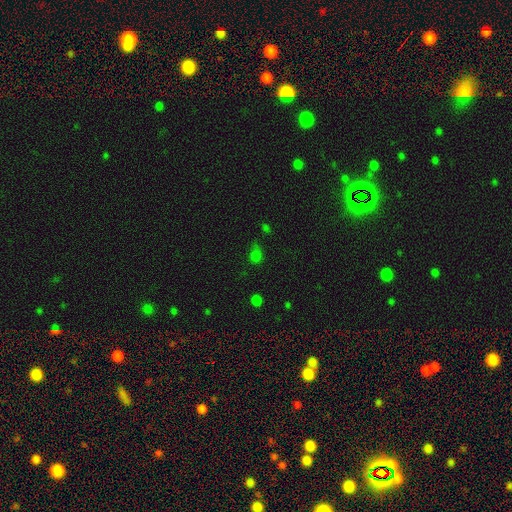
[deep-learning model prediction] The model was most divided on "how rounded": round: 62%, in between: 36%, cigar-shaped: 2%. More confident: smooth or featured — smooth (64%); merging — none (59%).